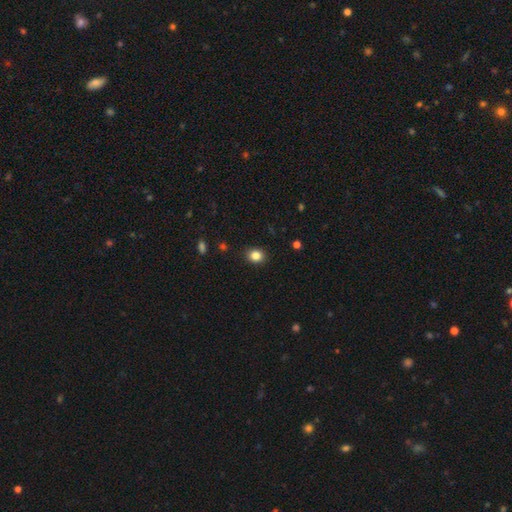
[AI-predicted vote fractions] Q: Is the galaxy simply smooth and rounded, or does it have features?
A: smooth — 84%.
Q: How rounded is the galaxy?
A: round — 63%.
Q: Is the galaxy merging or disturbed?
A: none — 89%.